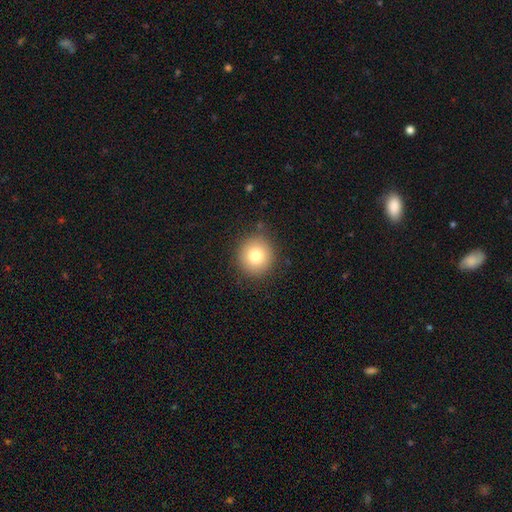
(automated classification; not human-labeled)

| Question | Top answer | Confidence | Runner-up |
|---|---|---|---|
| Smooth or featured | smooth | 79% | star or artifact (11%) |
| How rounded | round | 91% | in between (8%) |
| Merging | none | 87% | minor disturbance (9%) |